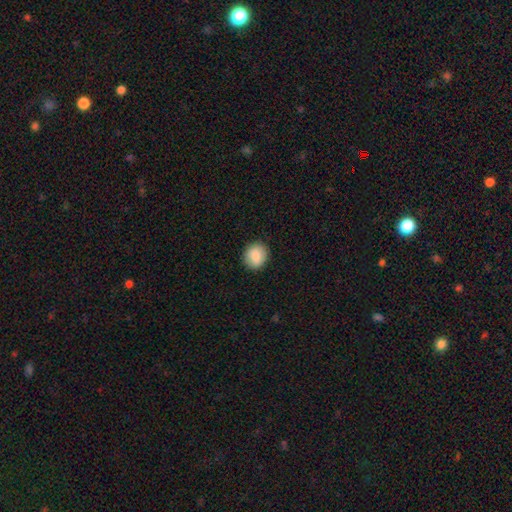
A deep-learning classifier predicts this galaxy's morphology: This appears to be a smooth galaxy with no disk features (86%) that is round (76%). Merging: none (88%).